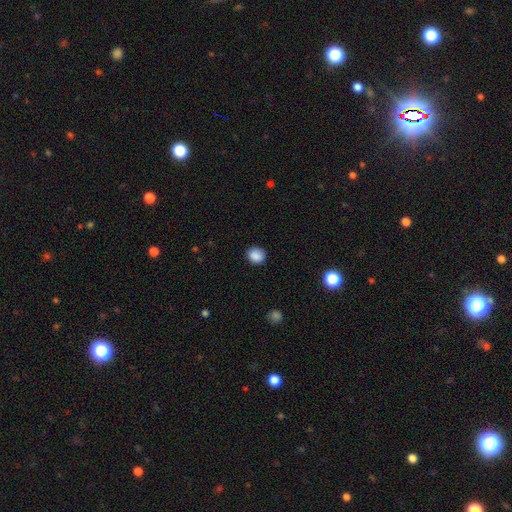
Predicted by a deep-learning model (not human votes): This is clearly a smooth galaxy (88%). How rounded: likely round (73%). Merging: clearly none (87%).